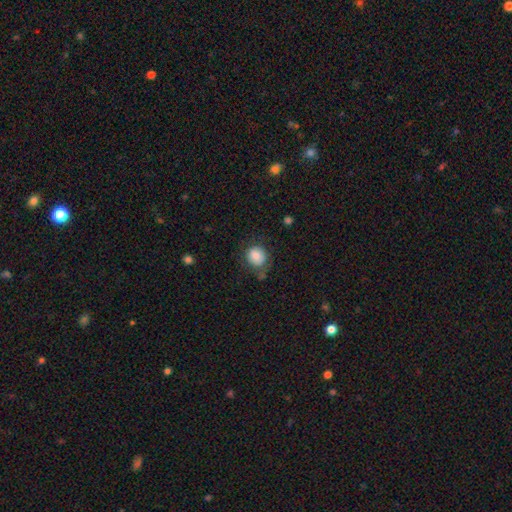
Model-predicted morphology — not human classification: The model was most divided on "merging": none: 69%, minor disturbance: 19%, major disturbance: 8%, merger: 4%. More confident: how rounded — round (81%); smooth or featured — smooth (81%).